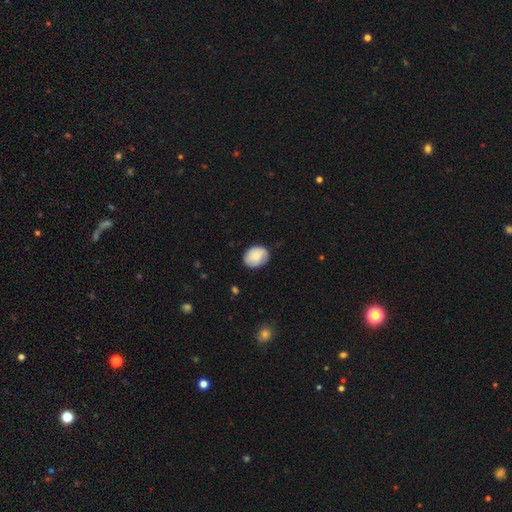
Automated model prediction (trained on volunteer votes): smooth_or_featured: smooth (p=0.73) [alt: featured or disk p=0.20]
how_rounded: in between (p=0.56) [alt: round p=0.43]
merging: none (p=0.74) [alt: minor disturbance p=0.21]